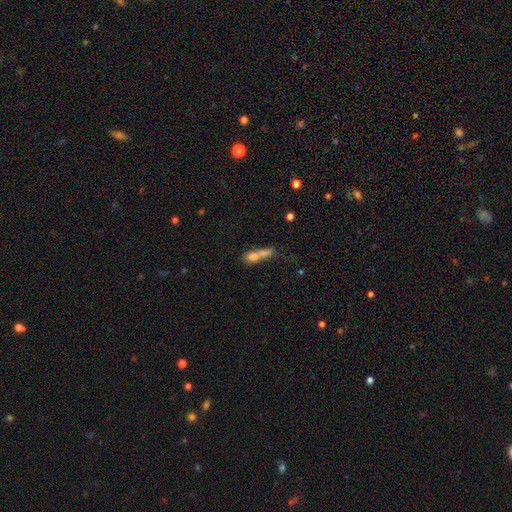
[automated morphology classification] Smooth or featured? smooth (67%)
How rounded? in between (47%)
Merging? merger (56%)